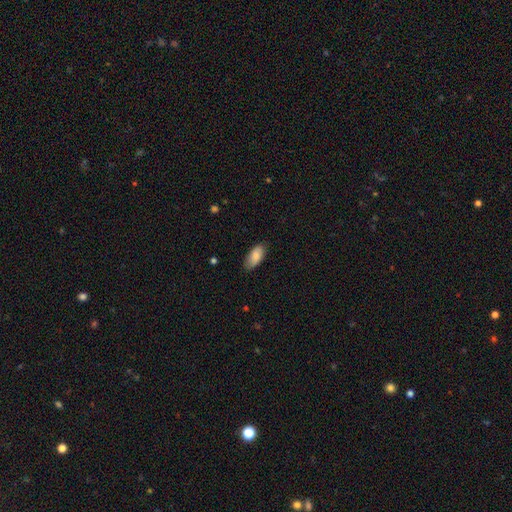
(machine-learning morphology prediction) Smooth or featured?
  - smooth: 84% *
  - featured or disk: 10%
  - star or artifact: 6%
How rounded?
  - in between: 90% *
  - cigar-shaped: 8%
  - round: 2%
Merging?
  - none: 81% *
  - minor disturbance: 16%
  - major disturbance: 3%
  - merger: 1%